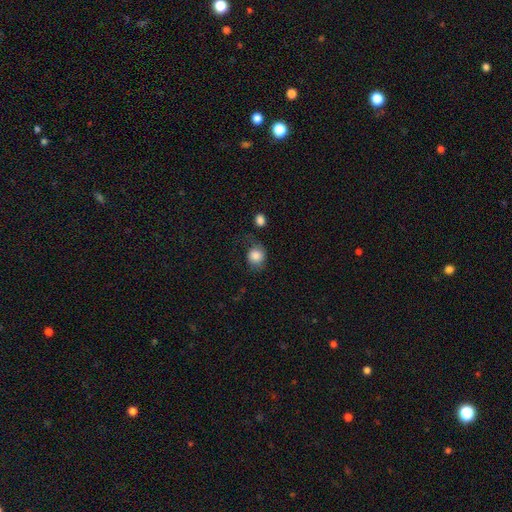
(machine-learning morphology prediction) A smooth galaxy with no disk features (84%) that is round (79%).

Vote fractions:
- Smooth or featured? smooth: 84% / featured or disk: 8% / star or artifact: 8%
- How rounded? round: 79% / in between: 20% / cigar-shaped: 1%
- Merging? none: 53% / minor disturbance: 26% / major disturbance: 16% / merger: 5%